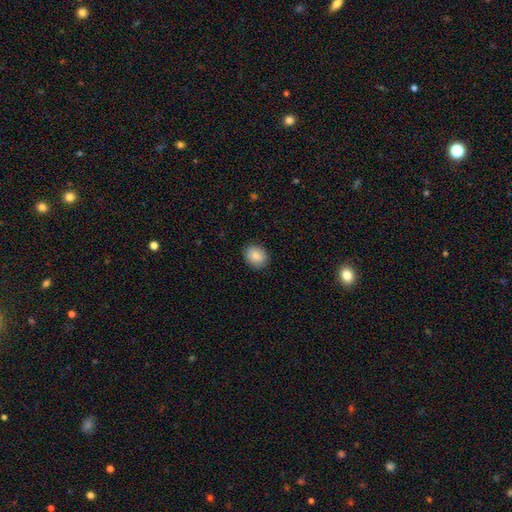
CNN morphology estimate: smooth-or-featured: smooth: 86% | star or artifact: 8% | featured or disk: 7%
  how-rounded: round: 53% | in between: 46% | cigar-shaped: 1%
  merging: none: 89% | minor disturbance: 8% | major disturbance: 2% | merger: 1%